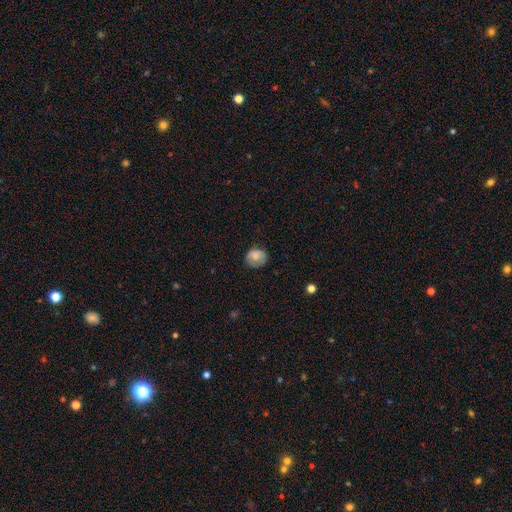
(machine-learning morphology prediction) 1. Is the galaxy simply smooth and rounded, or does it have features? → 77% smooth, 14% featured or disk, 8% star or artifact.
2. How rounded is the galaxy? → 67% round, 32% in between, 1% cigar-shaped.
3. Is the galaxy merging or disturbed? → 69% none, 23% minor disturbance, 6% major disturbance, 1% merger.